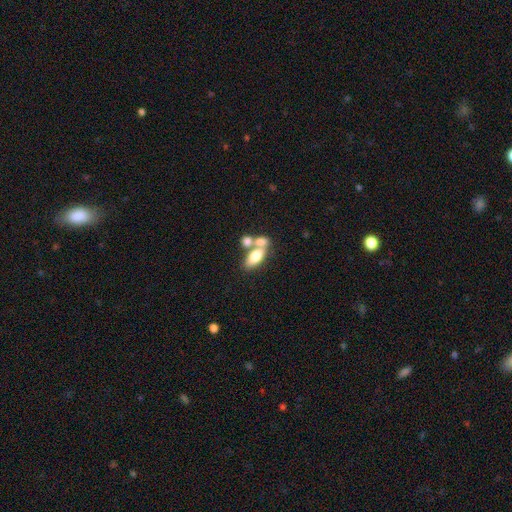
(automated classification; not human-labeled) Smooth or featured?
  - smooth: 68% *
  - featured or disk: 24%
  - star or artifact: 8%
How rounded?
  - in between: 83% *
  - cigar-shaped: 9%
  - round: 8%
Merging?
  - merger: 55% *
  - none: 30%
  - minor disturbance: 9%
  - major disturbance: 6%